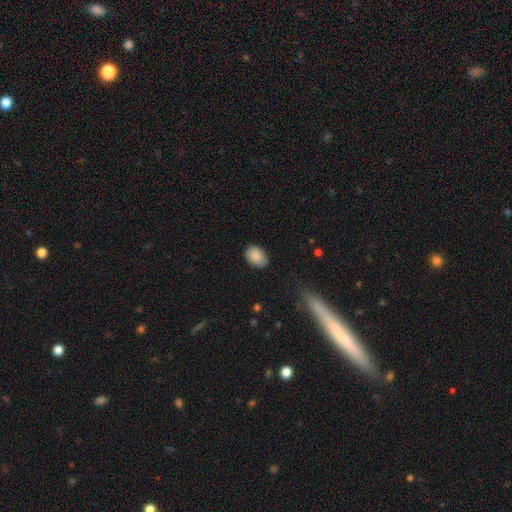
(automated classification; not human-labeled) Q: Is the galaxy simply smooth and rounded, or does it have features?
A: smooth — 88%.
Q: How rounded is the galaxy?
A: in between — 79%.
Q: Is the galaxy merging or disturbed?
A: none — 79%.